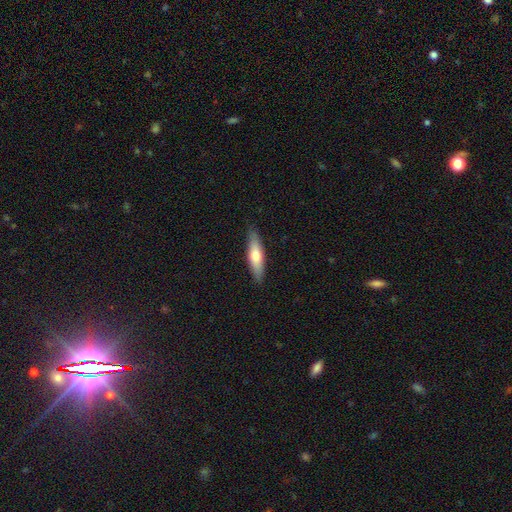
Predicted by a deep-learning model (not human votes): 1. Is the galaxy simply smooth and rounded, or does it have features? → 63% smooth, 31% featured or disk, 5% star or artifact.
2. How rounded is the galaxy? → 67% cigar-shaped, 31% in between, 2% round.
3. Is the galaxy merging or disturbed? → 87% none, 10% minor disturbance, 2% major disturbance, 1% merger.